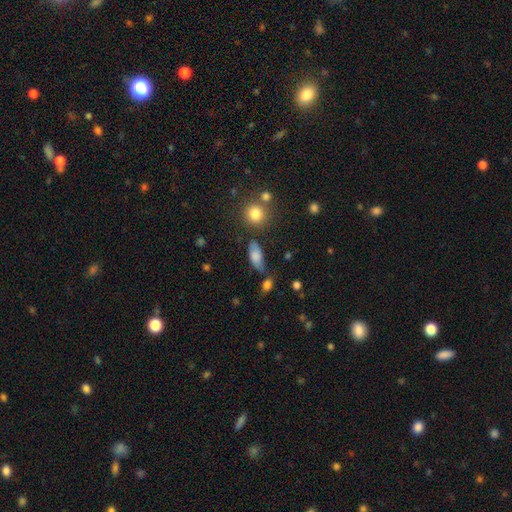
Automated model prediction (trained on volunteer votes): Overall: smooth (74%). How rounded: in between (83%). Merging: none (59%; minor disturbance 25%).